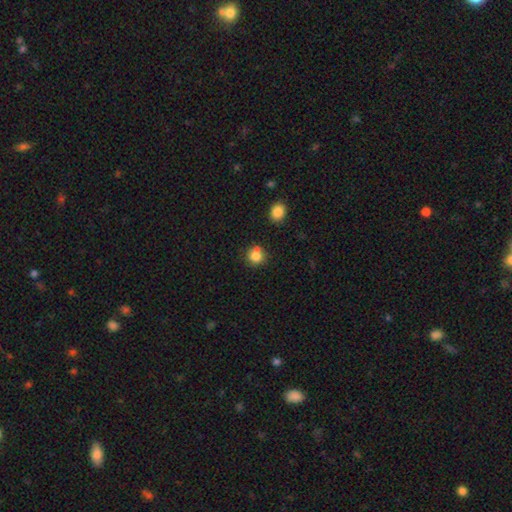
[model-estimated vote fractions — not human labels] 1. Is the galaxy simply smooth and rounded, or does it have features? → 81% smooth, 11% star or artifact, 7% featured or disk.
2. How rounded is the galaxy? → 87% round, 12% in between, 1% cigar-shaped.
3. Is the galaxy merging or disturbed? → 65% none, 16% merger, 15% minor disturbance, 4% major disturbance.